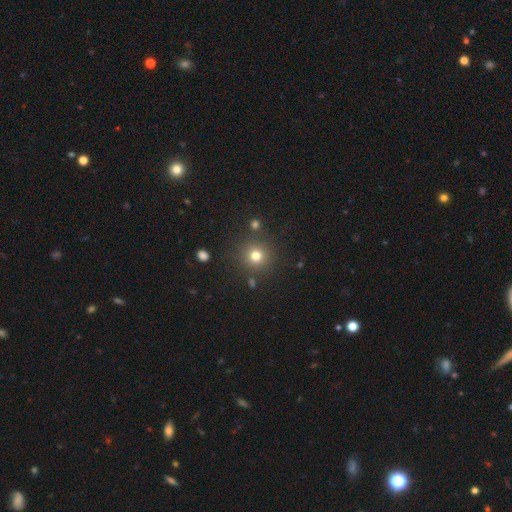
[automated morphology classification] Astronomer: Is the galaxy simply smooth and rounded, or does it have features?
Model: smooth — 77%.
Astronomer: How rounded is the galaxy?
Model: round — 94%.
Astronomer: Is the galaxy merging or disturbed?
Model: none — 86%.